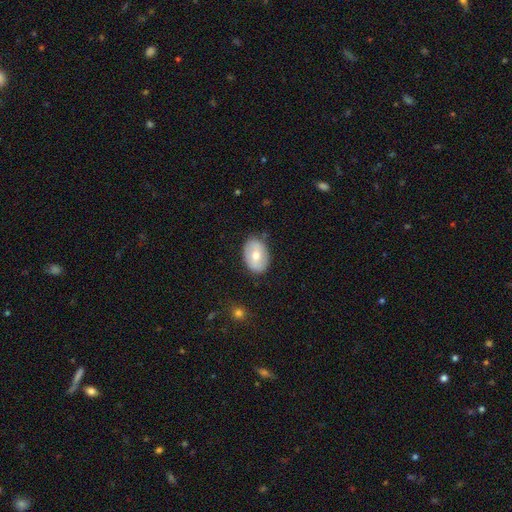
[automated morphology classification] Overall: smooth (63%; featured or disk 31%). How rounded: in between (83%). Merging: none (81%).